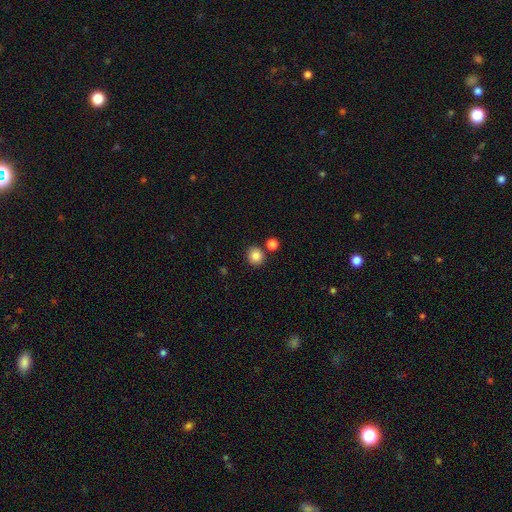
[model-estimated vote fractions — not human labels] Overall: smooth (84%). How rounded: round (91%). Merging: none (82%).